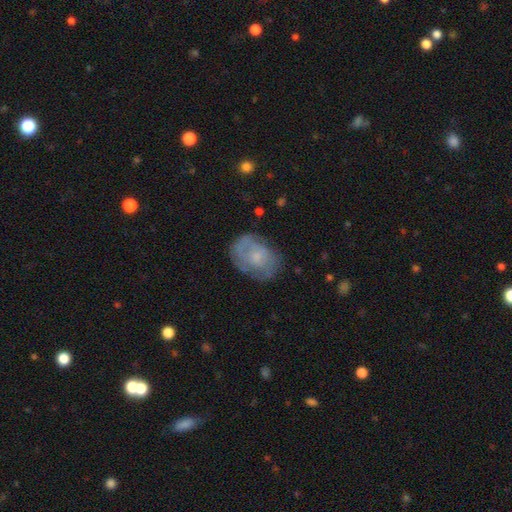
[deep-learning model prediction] Smooth or featured?
  - featured or disk: 52% *
  - smooth: 41%
  - star or artifact: 8%
Edge-on disk?
  - no: 97% *
  - yes: 3%
Merging?
  - none: 65% *
  - minor disturbance: 23%
  - major disturbance: 10%
  - merger: 2%